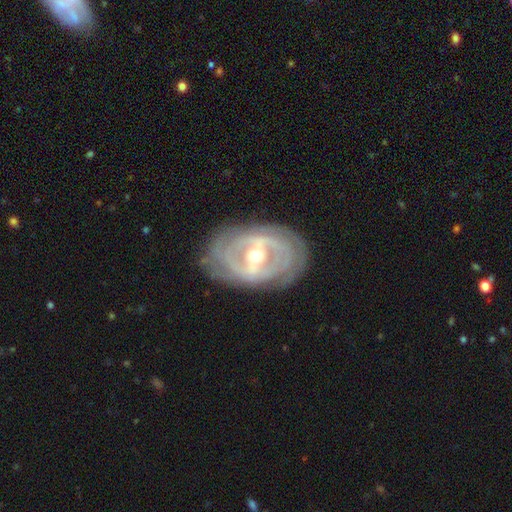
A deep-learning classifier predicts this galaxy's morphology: Q: Smooth or featured?
A: featured or disk (85%); runner-up: smooth (11%)
Q: Edge-on disk?
A: no (94%); runner-up: yes (6%)
Q: Bar?
A: strong (52%); runner-up: weak (33%)
Q: Spiral arms?
A: yes (74%); runner-up: no (26%)
Q: Spiral winding?
A: tight (68%); runner-up: medium (23%)
Q: Spiral arm count?
A: 2 (40%); runner-up: can't tell (39%)
Q: Bulge size?
A: moderate (62%); runner-up: small (33%)
Q: Merging?
A: none (79%); runner-up: minor disturbance (15%)